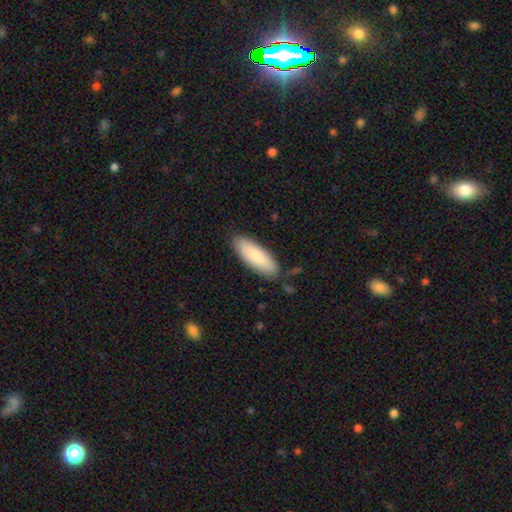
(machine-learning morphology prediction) The model was most divided on "how rounded": in between: 62%, cigar-shaped: 36%, round: 2%. More confident: smooth or featured — smooth (82%); merging — none (81%).